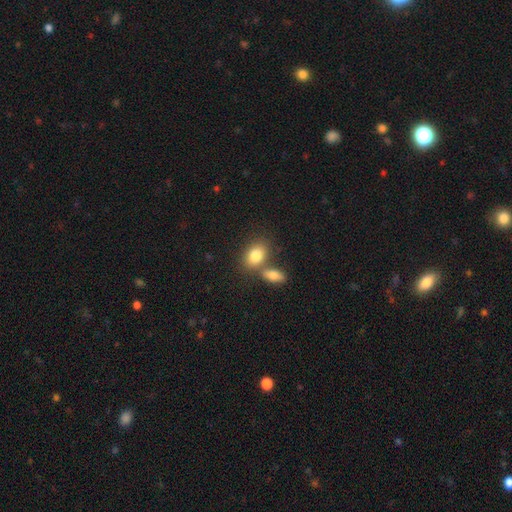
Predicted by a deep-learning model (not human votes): Smooth or featured: smooth — 82% (featured or disk — 10%)
How rounded: in between — 79% (round — 20%)
Merging: none — 50% (merger — 37%)